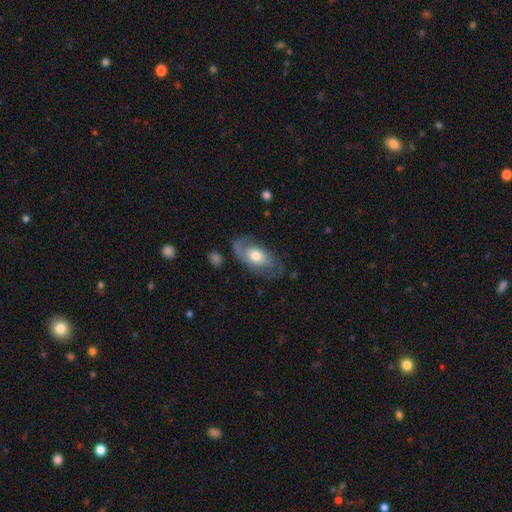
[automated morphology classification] This is possibly a featured or disk galaxy (53%). It is clearly not viewed edge-on (91%). Merging: likely none (62%).